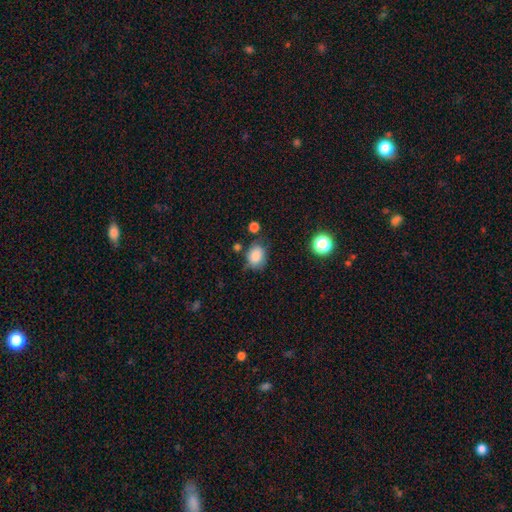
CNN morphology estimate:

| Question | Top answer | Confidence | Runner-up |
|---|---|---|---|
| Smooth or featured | smooth | 85% | star or artifact (10%) |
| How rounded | round | 50% | in between (49%) |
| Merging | none | 65% | minor disturbance (23%) |